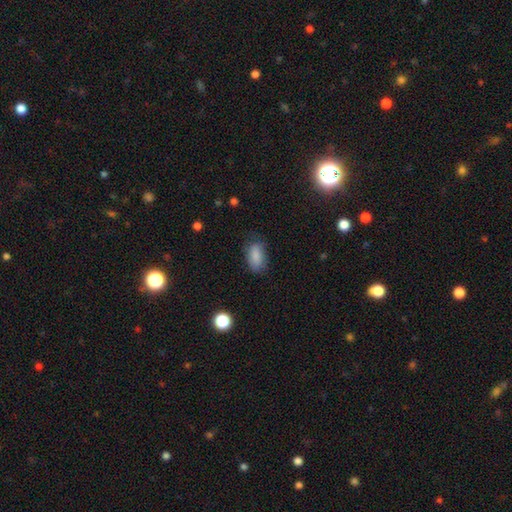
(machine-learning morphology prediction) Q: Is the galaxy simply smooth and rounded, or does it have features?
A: smooth — 86%.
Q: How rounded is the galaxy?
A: in between — 90%.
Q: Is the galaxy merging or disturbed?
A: none — 71%.